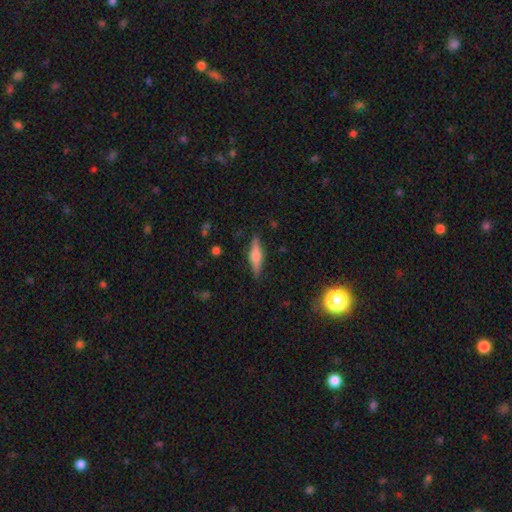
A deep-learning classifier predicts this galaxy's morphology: This is possibly a featured or disk galaxy (54%). It is clearly viewed edge-on (96%). Edge-on bulge: clearly rounded (83%). Merging: clearly none (88%).